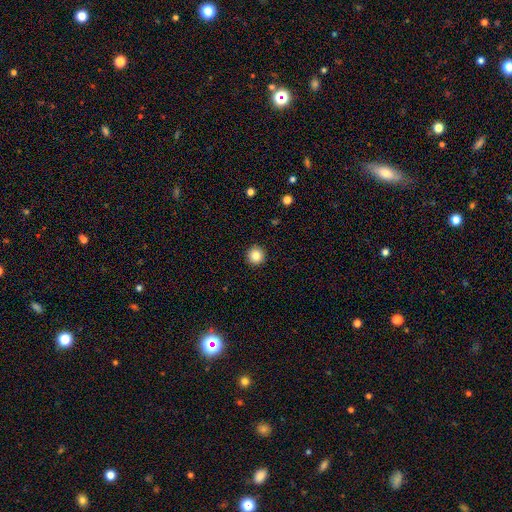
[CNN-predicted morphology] type=smooth (84%); roundness=round (96%); merging=none (93%).